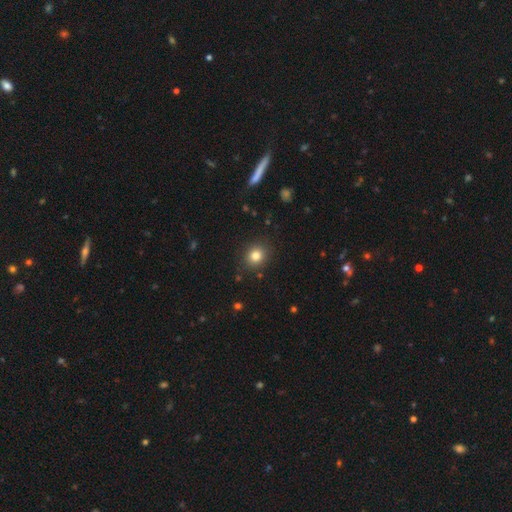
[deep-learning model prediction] This appears to be a smooth galaxy with no disk features (81%) that is round (74%). Merging: none (88%).